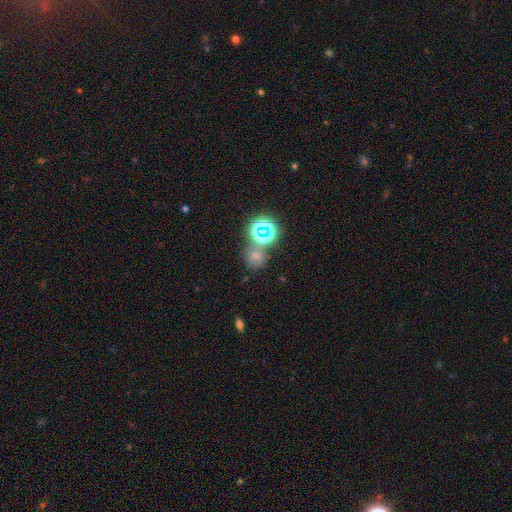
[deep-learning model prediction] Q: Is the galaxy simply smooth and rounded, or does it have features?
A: smooth — 55%.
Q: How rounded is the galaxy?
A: round — 77%.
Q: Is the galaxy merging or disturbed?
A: none — 57%.